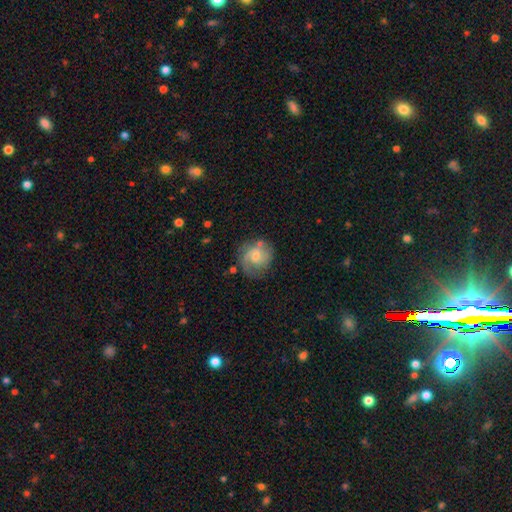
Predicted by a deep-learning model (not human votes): Overall: featured or disk (64%; smooth 29%). Edge-on disk: no (98%). Bar: weak (47%; no 45%). Spiral arms: yes (88%). Spiral arm count: 2 (58%). Spiral winding: medium (45%; tight 31%). Bulge size: small (47%; moderate 43%). Merging: none (64%).